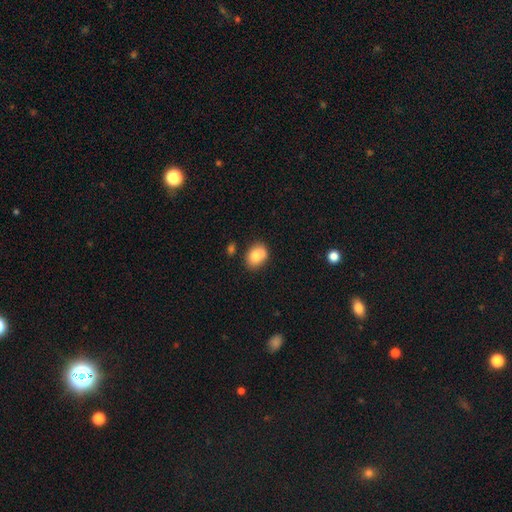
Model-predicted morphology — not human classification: smooth-or-featured: smooth: 77% | featured or disk: 14% | star or artifact: 9%
  how-rounded: in between: 57% | round: 42% | cigar-shaped: 1%
  merging: none: 59% | minor disturbance: 19% | merger: 17% | major disturbance: 5%